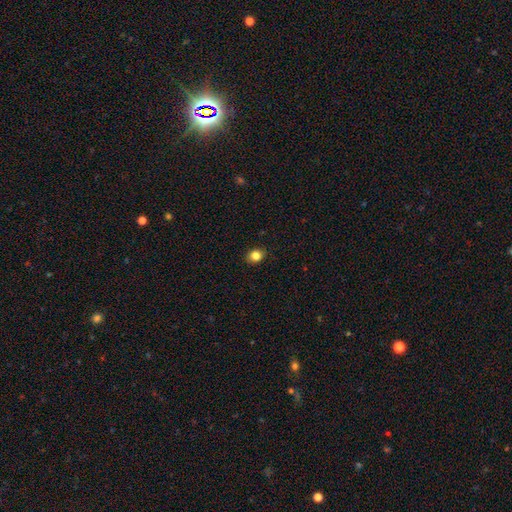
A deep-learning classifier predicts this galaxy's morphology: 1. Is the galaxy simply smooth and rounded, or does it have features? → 83% smooth, 11% star or artifact, 6% featured or disk.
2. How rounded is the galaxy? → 60% round, 39% in between, 1% cigar-shaped.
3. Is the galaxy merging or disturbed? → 89% none, 8% minor disturbance, 2% major disturbance, 1% merger.